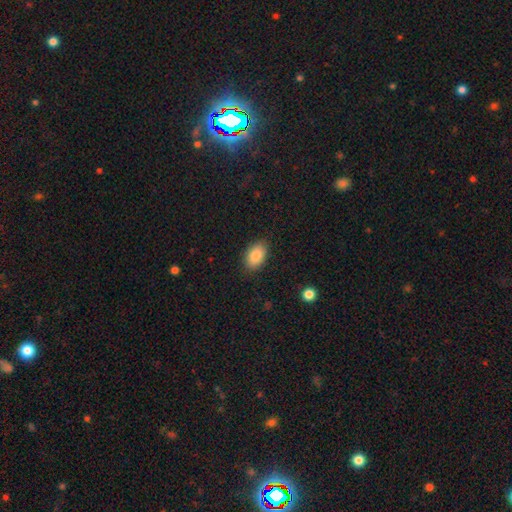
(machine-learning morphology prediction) Smooth or featured?
  - smooth: 87% *
  - star or artifact: 7%
  - featured or disk: 6%
How rounded?
  - in between: 92% *
  - round: 7%
  - cigar-shaped: 2%
Merging?
  - none: 86% *
  - minor disturbance: 10%
  - major disturbance: 3%
  - merger: 1%